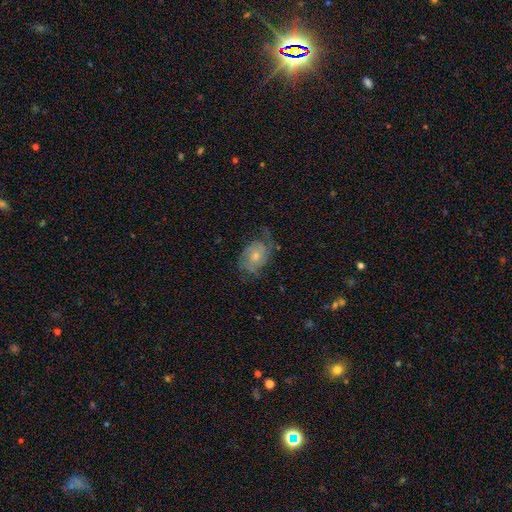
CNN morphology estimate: Smooth or featured? featured or disk (72%)
Edge-on disk? no (97%)
Bar? no (73%)
Spiral arms? yes (90%)
Spiral winding? medium (40%)
Spiral arm count? 2 (57%)
Bulge size? moderate (47%)
Merging? none (57%)